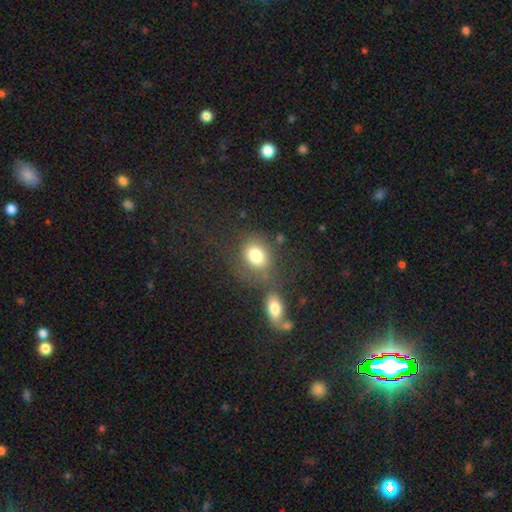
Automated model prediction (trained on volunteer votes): Q: Smooth or featured?
A: smooth (80%); runner-up: featured or disk (10%)
Q: How rounded?
A: round (52%); runner-up: in between (47%)
Q: Merging?
A: none (56%); runner-up: merger (21%)